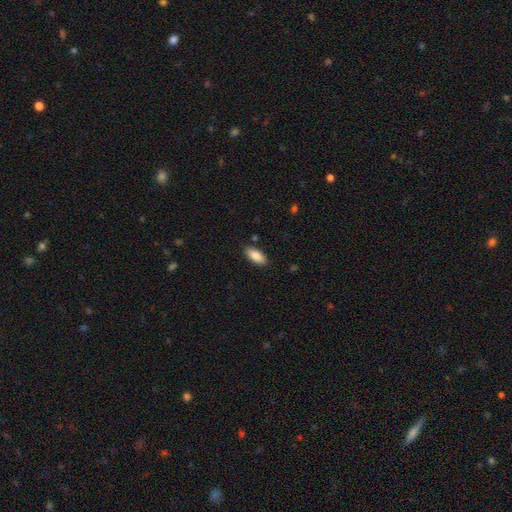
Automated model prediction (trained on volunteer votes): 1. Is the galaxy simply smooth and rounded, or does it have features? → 85% smooth, 8% featured or disk, 6% star or artifact.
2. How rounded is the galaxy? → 87% in between, 11% cigar-shaped, 2% round.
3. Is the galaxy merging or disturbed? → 87% none, 10% minor disturbance, 2% major disturbance, 2% merger.